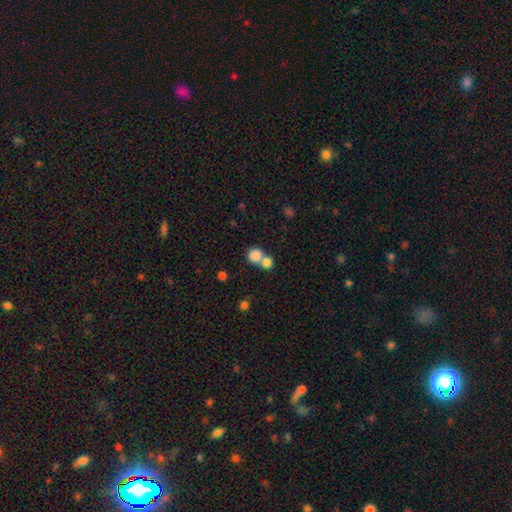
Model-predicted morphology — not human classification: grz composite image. It shows a smooth galaxy with no disk features (82%) that is round (83%). Merging: merger (54%).